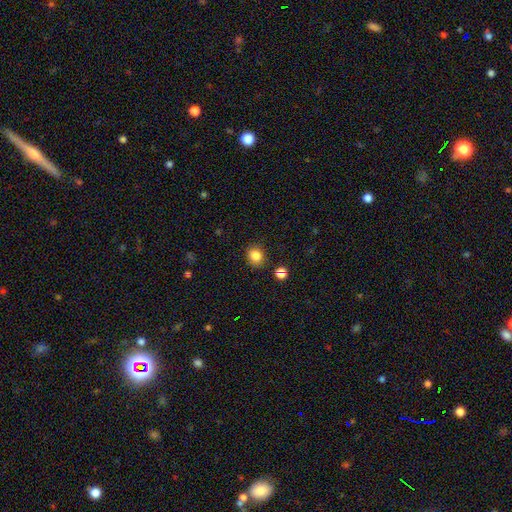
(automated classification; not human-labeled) The model was most divided on "how rounded": round: 59%, in between: 40%, cigar-shaped: 1%. More confident: merging — none (86%); smooth or featured — smooth (83%).